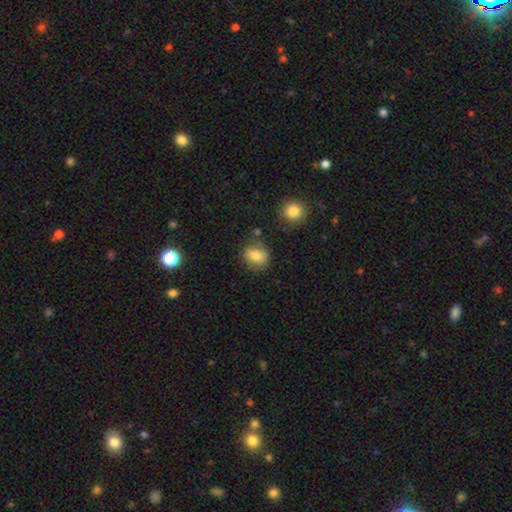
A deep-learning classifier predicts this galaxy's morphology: smooth_or_featured: smooth (p=0.77) [alt: featured or disk p=0.14]
how_rounded: round (p=0.55) [alt: in between p=0.43]
merging: none (p=0.75) [alt: minor disturbance p=0.15]